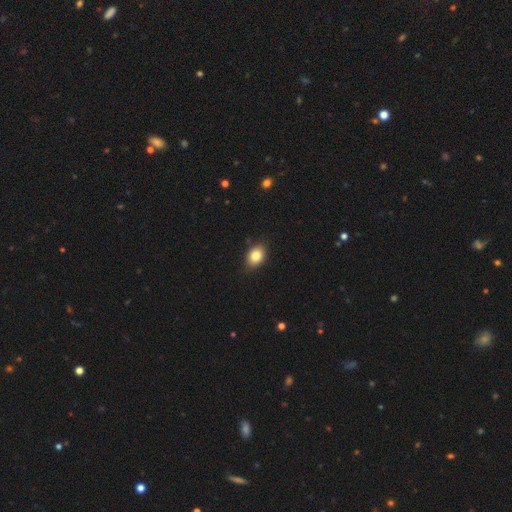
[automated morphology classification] Smooth or featured?
  - smooth: 83% *
  - star or artifact: 9%
  - featured or disk: 8%
How rounded?
  - in between: 70% *
  - round: 28%
  - cigar-shaped: 1%
Merging?
  - none: 83% *
  - minor disturbance: 13%
  - major disturbance: 2%
  - merger: 1%